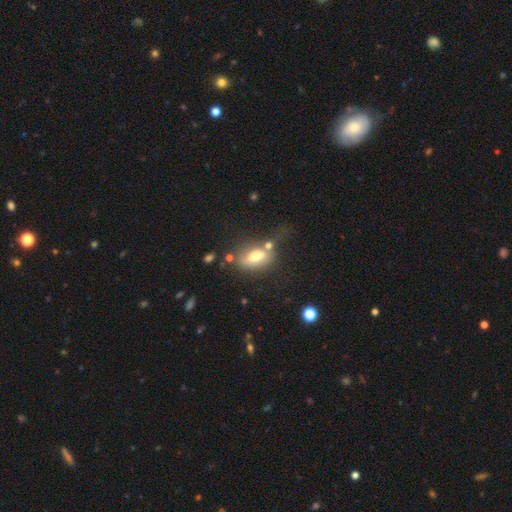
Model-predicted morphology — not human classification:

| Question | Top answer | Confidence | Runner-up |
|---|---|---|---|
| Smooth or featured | smooth | 60% | featured or disk (30%) |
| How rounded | in between | 80% | round (11%) |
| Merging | none | 47% | minor disturbance (20%) |